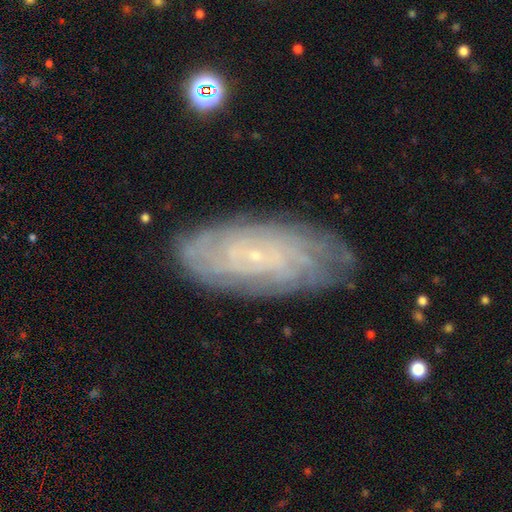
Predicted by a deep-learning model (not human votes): The model was most divided on "spiral arm count": can't tell: 51%, more than 4: 14%, 4: 13%, 2: 8%, 3: 8%, 1: 6%. More confident: edge-on disk — no (92%); spiral arms — yes (92%); bulge size — small (89%); merging — none (80%); spiral winding — tight (79%); bar — no (78%); smooth or featured — featured or disk (75%).